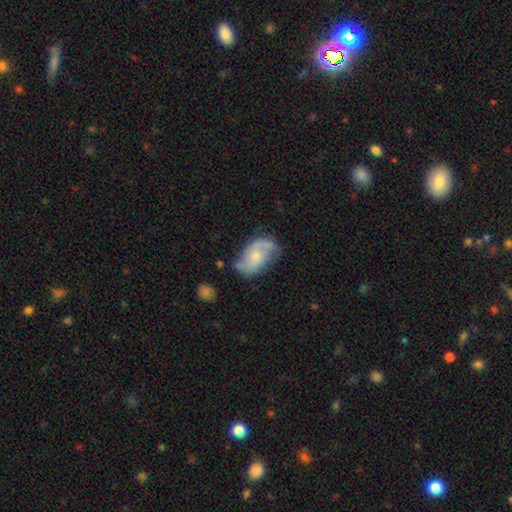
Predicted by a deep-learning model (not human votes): smooth_or_featured: featured or disk (p=0.74) [alt: smooth p=0.19]
disk_edge_on: no (p=0.97) [alt: yes p=0.03]
bar: no (p=0.62) [alt: weak p=0.32]
has_spiral_arms: yes (p=0.93) [alt: no p=0.07]
spiral_winding: medium (p=0.44) [alt: loose p=0.39]
spiral_arm_count: 2 (p=0.87) [alt: can't tell p=0.06]
bulge_size: small (p=0.43) [alt: moderate p=0.42]
merging: none (p=0.64) [alt: minor disturbance p=0.24]